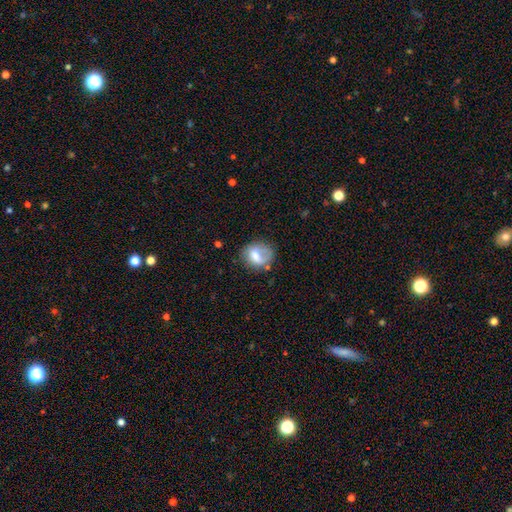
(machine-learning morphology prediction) Smooth or featured? Predicted: smooth (p=0.60). How rounded? Predicted: round (p=0.65). Merging? Predicted: none (p=0.55).